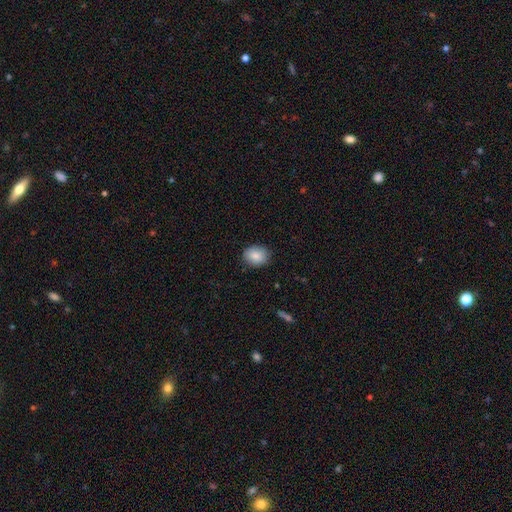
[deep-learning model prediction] Smooth or featured?
  - smooth: 86% *
  - star or artifact: 8%
  - featured or disk: 7%
How rounded?
  - in between: 50% *
  - round: 49%
  - cigar-shaped: 1%
Merging?
  - none: 86% *
  - minor disturbance: 11%
  - major disturbance: 2%
  - merger: 1%